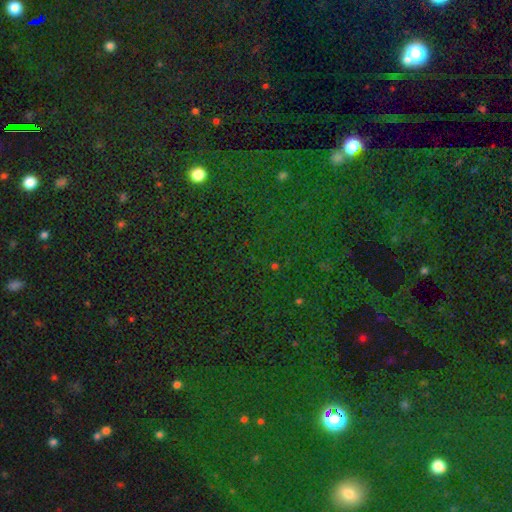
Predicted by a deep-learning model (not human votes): A star or artifact, not a galaxy (80%).

Vote fractions:
- Smooth or featured? star or artifact: 80% / smooth: 13% / featured or disk: 7%